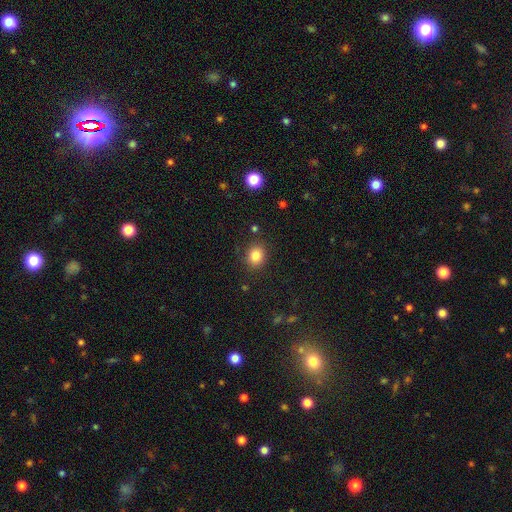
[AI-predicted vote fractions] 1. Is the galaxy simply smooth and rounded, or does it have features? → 84% smooth, 11% star or artifact, 6% featured or disk.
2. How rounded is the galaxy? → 67% round, 32% in between, 1% cigar-shaped.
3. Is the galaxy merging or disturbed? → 87% none, 9% minor disturbance, 3% major disturbance, 2% merger.